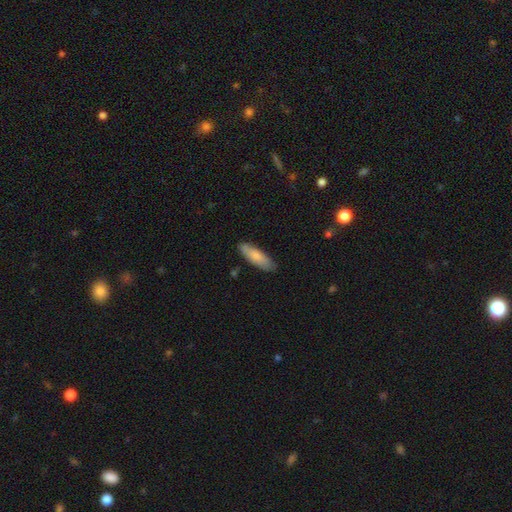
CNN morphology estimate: Smooth or featured: smooth — 80% (featured or disk — 15%)
How rounded: in between — 50% (cigar-shaped — 48%)
Merging: none — 83% (minor disturbance — 13%)